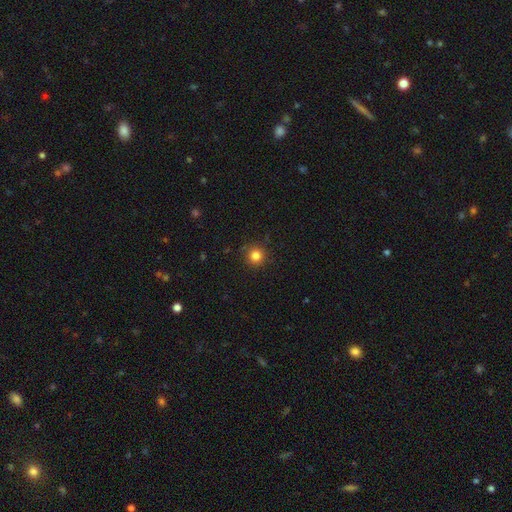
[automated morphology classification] This is clearly a smooth galaxy (83%). How rounded: clearly round (95%). Merging: clearly none (89%).